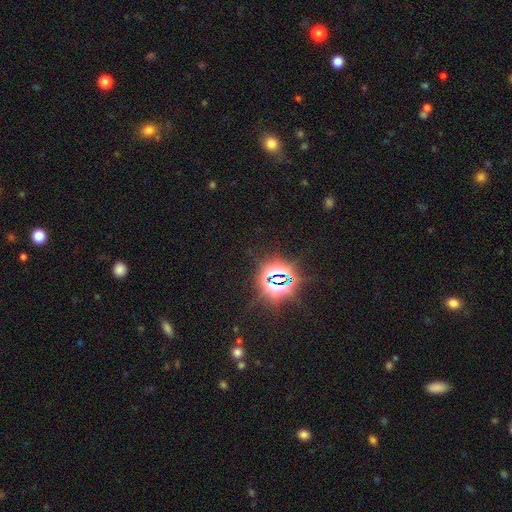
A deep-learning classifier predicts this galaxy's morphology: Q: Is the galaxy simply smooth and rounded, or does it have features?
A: star or artifact — 79%.